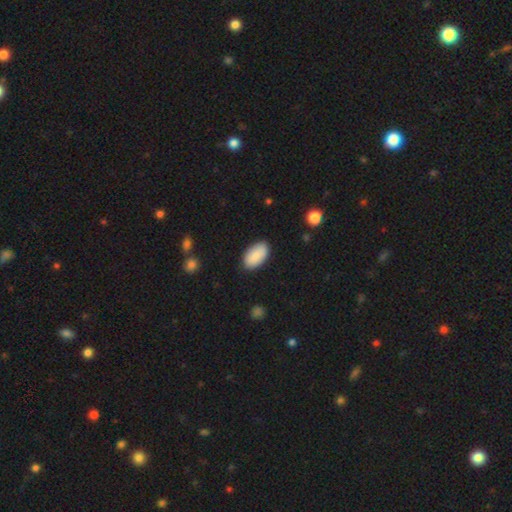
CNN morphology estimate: Smooth or featured: smooth — 88% (featured or disk — 7%)
How rounded: in between — 95% (round — 3%)
Merging: none — 86% (minor disturbance — 10%)